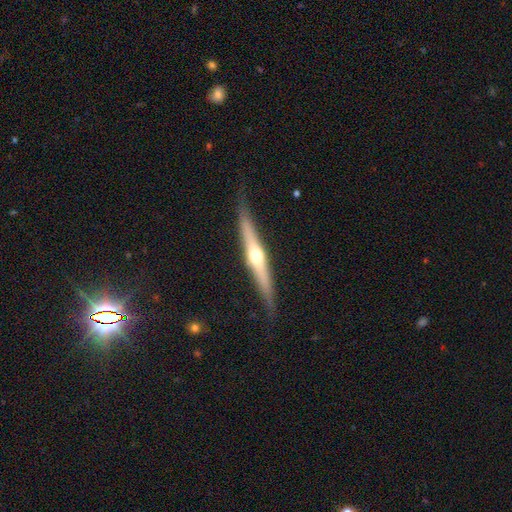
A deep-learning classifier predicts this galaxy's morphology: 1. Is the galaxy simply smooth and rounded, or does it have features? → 68% featured or disk, 27% smooth, 6% star or artifact.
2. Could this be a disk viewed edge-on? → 97% yes, 3% no.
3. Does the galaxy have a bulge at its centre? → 91% rounded, 6% none, 4% boxy.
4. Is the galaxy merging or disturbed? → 86% none, 10% minor disturbance, 2% major disturbance, 1% merger.